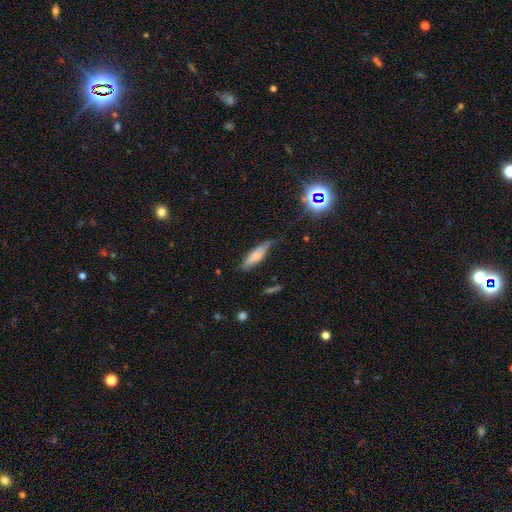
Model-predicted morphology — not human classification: smooth 67%, featured or disk 25%, star or artifact 8%. Down the decision tree: how rounded — cigar-shaped (55%); merging — none (47%).